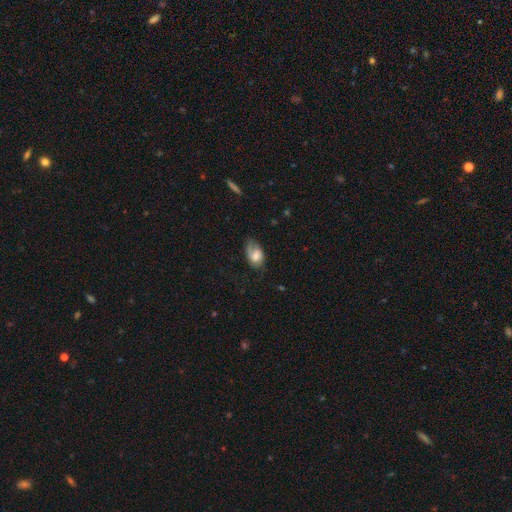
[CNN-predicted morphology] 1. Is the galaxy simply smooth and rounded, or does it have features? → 56% smooth, 36% featured or disk, 8% star or artifact.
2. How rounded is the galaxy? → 86% in between, 12% round, 2% cigar-shaped.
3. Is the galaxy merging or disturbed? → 44% none, 34% minor disturbance, 20% major disturbance, 2% merger.